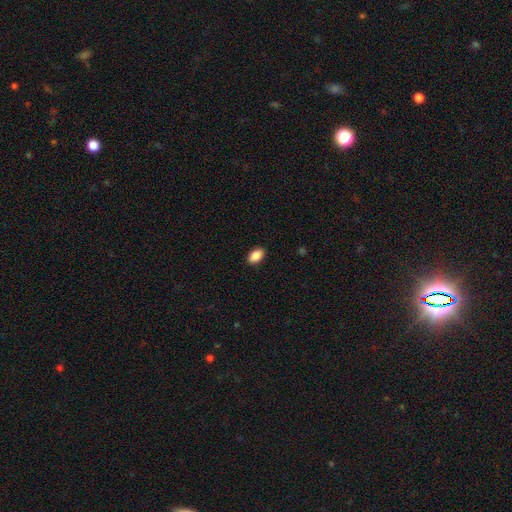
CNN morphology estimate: A smooth galaxy with no disk features (89%) that is in between round and cigar-shaped (91%).

Vote fractions:
- Smooth or featured? smooth: 89% / star or artifact: 7% / featured or disk: 3%
- How rounded? in between: 91% / round: 7% / cigar-shaped: 1%
- Merging? none: 89% / minor disturbance: 8% / major disturbance: 2% / merger: 1%